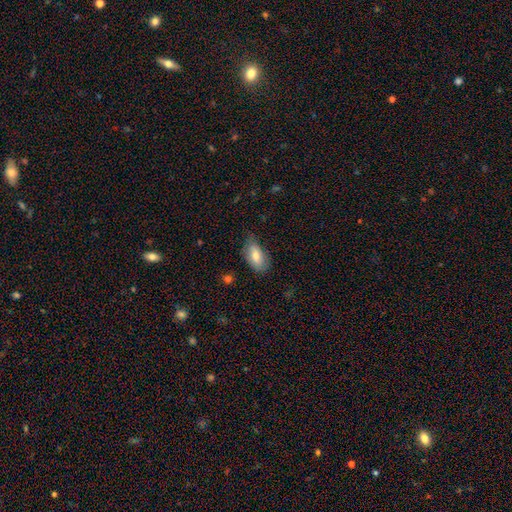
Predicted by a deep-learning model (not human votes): A smooth galaxy with no disk features (76%) that is in between round and cigar-shaped (92%). Merging: none (68%).